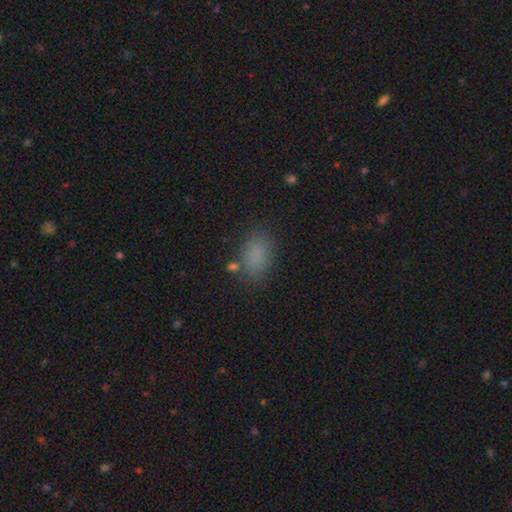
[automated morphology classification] smooth 82%, star or artifact 13%, featured or disk 5%. Down the decision tree: how rounded — in between (86%); merging — none (79%).